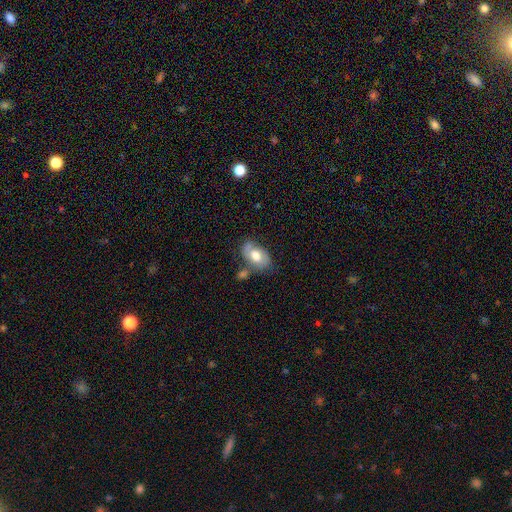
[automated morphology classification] Smooth or featured? Predicted: smooth (p=0.58). How rounded? Predicted: in between (p=0.89). Merging? Predicted: none (p=0.47).